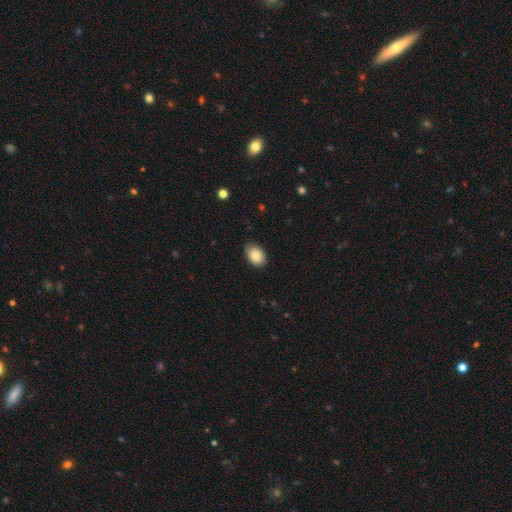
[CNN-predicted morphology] smooth 84%, featured or disk 8%, star or artifact 7%. Down the decision tree: how rounded — in between (82%); merging — none (82%).